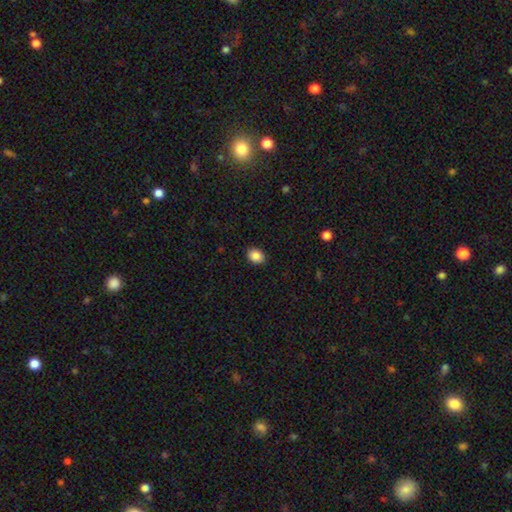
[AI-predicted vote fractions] smooth-or-featured: smooth: 86% | star or artifact: 8% | featured or disk: 5%
  how-rounded: in between: 65% | round: 34% | cigar-shaped: 1%
  merging: none: 90% | minor disturbance: 8% | major disturbance: 2% | merger: 1%